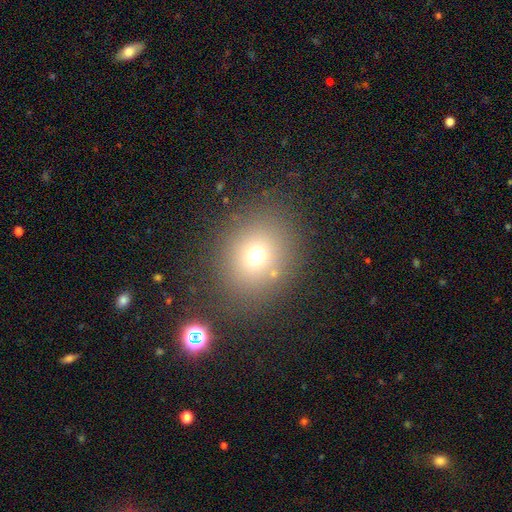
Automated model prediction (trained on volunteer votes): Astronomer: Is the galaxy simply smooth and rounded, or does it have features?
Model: smooth — 69%.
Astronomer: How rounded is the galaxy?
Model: round — 71%.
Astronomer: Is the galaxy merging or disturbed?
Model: none — 79%.